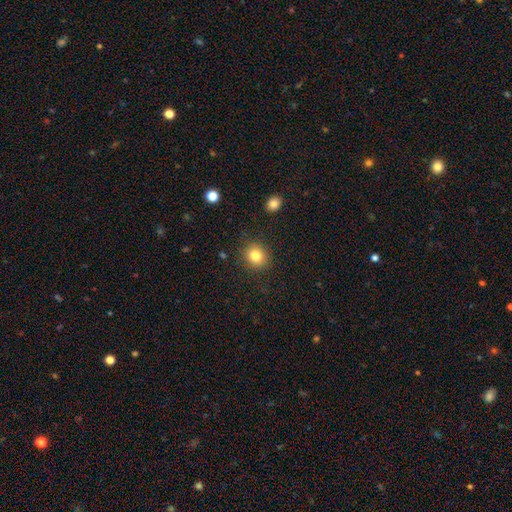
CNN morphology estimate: Smooth or featured? smooth (82%)
How rounded? round (80%)
Merging? none (88%)